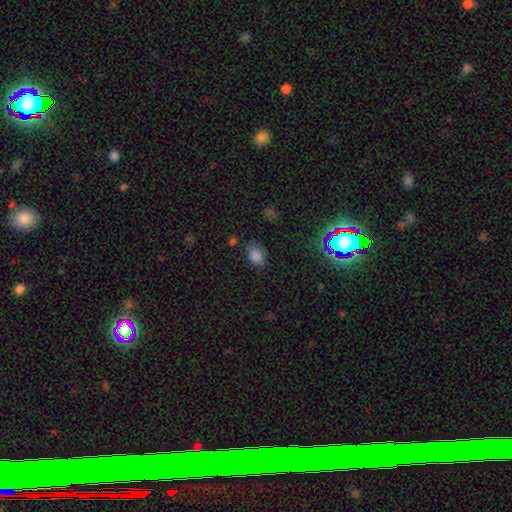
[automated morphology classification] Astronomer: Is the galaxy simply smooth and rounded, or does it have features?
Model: smooth — 80%.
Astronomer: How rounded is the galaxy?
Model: in between — 72%.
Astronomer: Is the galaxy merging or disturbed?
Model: none — 73%.